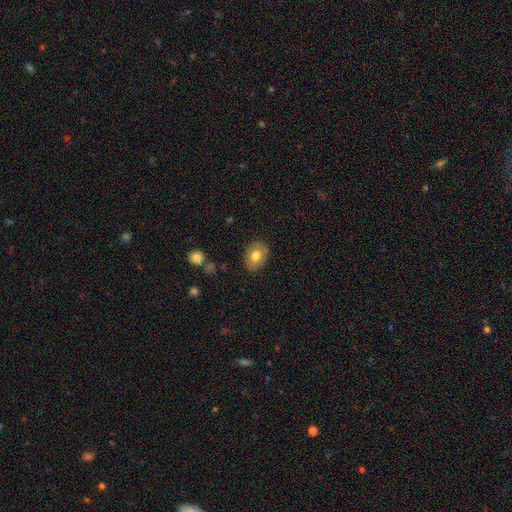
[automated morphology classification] smooth_or_featured: smooth (p=0.75) [alt: featured or disk p=0.18]
how_rounded: in between (p=0.69) [alt: round p=0.30]
merging: none (p=0.85) [alt: minor disturbance p=0.11]